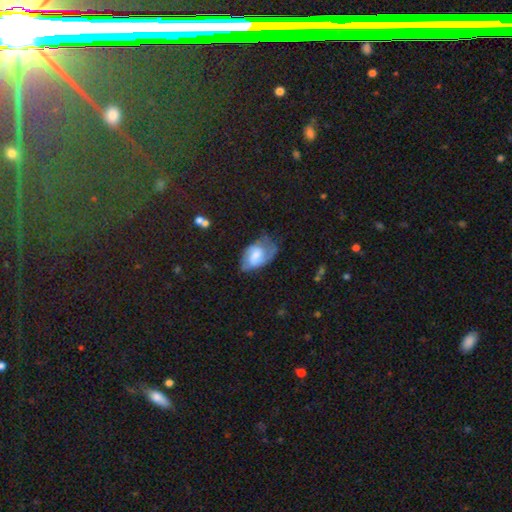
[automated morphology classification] This is possibly a featured or disk galaxy (56%). It is clearly not viewed edge-on (96%). Bar: possibly weak (49%). Spiral arm pattern: likely yes (80%). Central bulge: marginally moderate (37%). Merging: possibly none (48%).